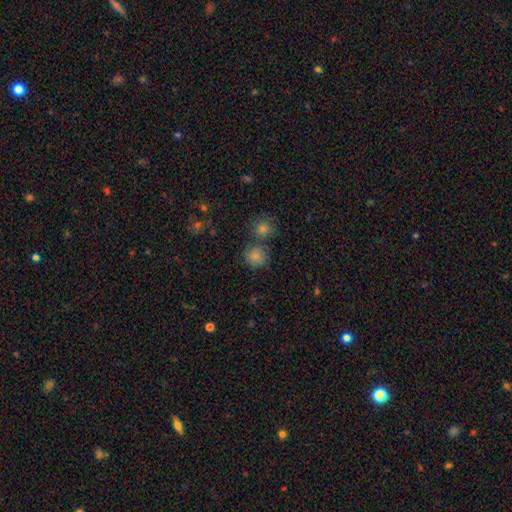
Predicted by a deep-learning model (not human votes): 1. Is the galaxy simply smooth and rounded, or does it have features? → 81% smooth, 12% star or artifact, 8% featured or disk.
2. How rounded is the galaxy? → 88% round, 11% in between, 1% cigar-shaped.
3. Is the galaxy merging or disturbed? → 66% none, 20% merger, 11% minor disturbance, 4% major disturbance.